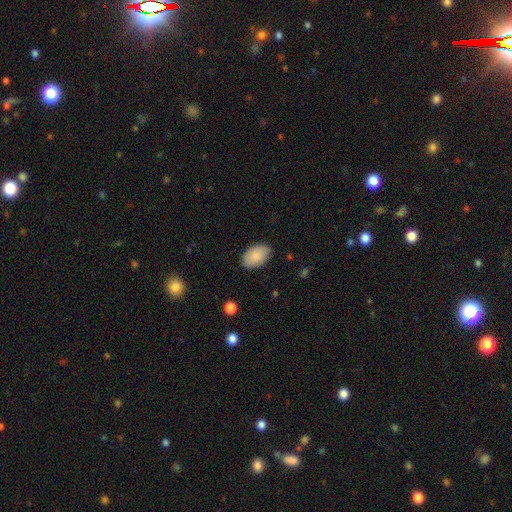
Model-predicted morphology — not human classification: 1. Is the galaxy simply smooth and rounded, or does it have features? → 87% smooth, 6% featured or disk, 6% star or artifact.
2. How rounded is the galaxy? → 93% in between, 6% round, 1% cigar-shaped.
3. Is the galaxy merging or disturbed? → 86% none, 11% minor disturbance, 2% major disturbance, 1% merger.